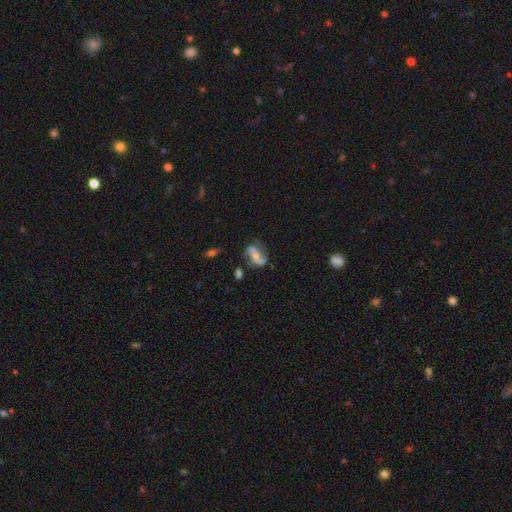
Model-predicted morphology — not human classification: Overall: featured or disk (78%). Edge-on disk: no (96%). Bar: no (35%; weak 32%). Spiral arms: yes (92%). Spiral arm count: 2 (86%). Spiral winding: loose (54%; medium 34%). Bulge size: small (51%; moderate 38%). Merging: none (58%; minor disturbance 21%).